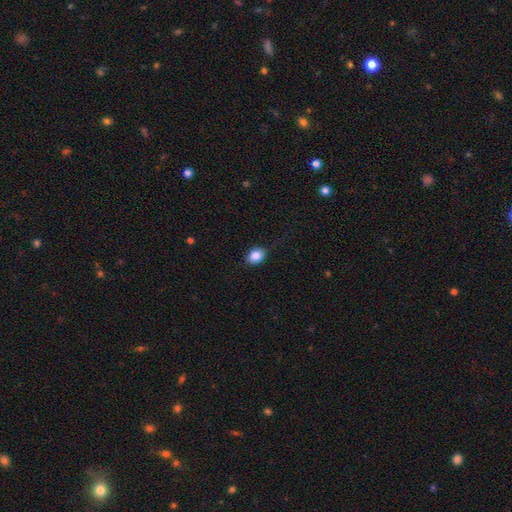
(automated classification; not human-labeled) Morphology: type=smooth (85%); roundness=in between (63%); merging=none (81%).